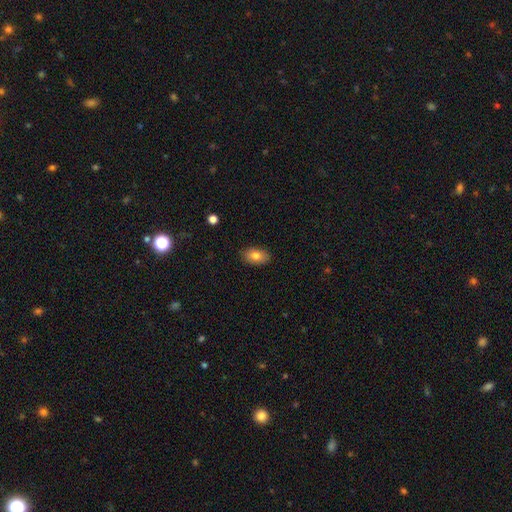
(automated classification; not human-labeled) Q: Smooth or featured?
A: smooth (82%); runner-up: featured or disk (10%)
Q: How rounded?
A: in between (90%); runner-up: round (8%)
Q: Merging?
A: none (88%); runner-up: minor disturbance (9%)